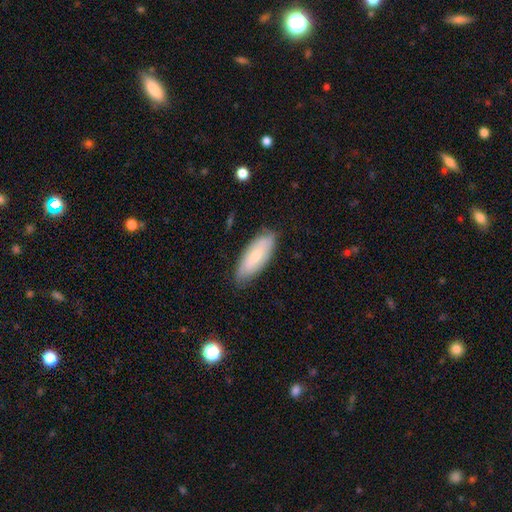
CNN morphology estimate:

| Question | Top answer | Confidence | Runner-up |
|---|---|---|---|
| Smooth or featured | smooth | 66% | featured or disk (28%) |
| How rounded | in between | 77% | cigar-shaped (21%) |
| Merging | none | 80% | minor disturbance (16%) |